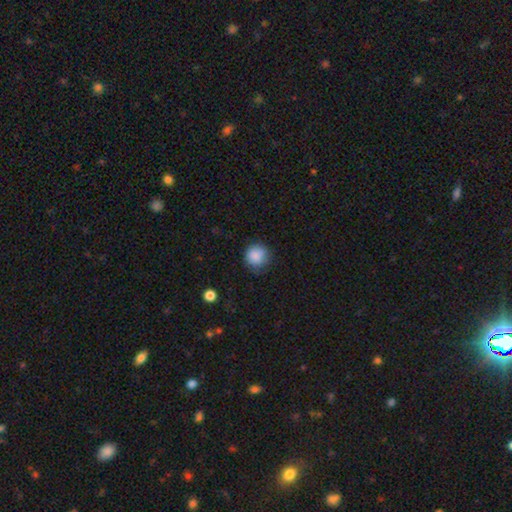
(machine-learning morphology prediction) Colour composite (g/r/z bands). It shows a smooth galaxy with no disk features (87%) that is round (91%). Merging: none (74%).